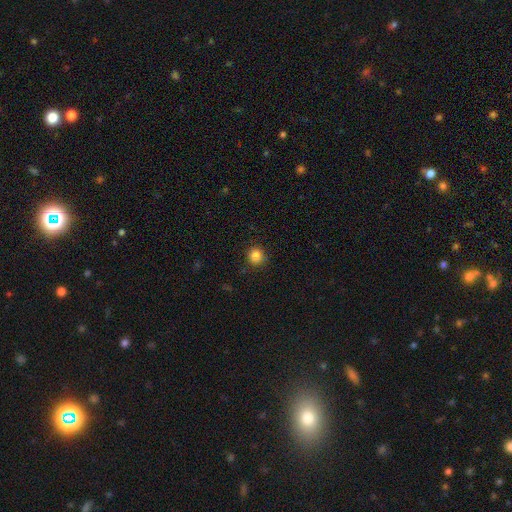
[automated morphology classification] The model was most divided on "smooth or featured": smooth: 84%, star or artifact: 11%, featured or disk: 4%. More confident: how rounded — round (91%); merging — none (89%).